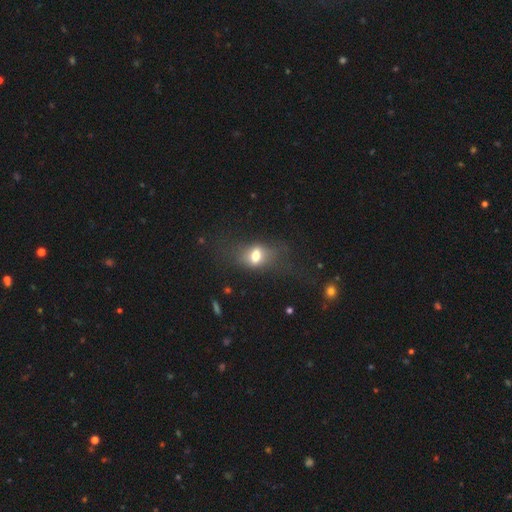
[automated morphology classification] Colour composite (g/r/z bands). It shows a smooth galaxy with no disk features (58%) that is in between round and cigar-shaped (70%). Merging: none (56%).